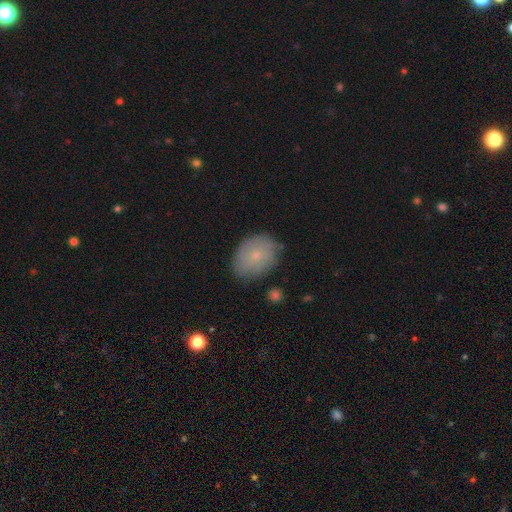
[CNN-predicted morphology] A smooth galaxy with no disk features (67%) that is in between round and cigar-shaped (67%).

Vote fractions:
- Smooth or featured? smooth: 67% / featured or disk: 24% / star or artifact: 8%
- How rounded? in between: 67% / round: 32% / cigar-shaped: 1%
- Merging? none: 75% / minor disturbance: 19% / major disturbance: 5% / merger: 2%